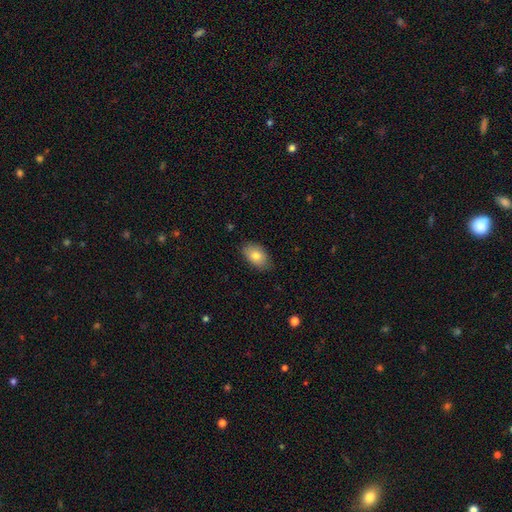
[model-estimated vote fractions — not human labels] Smooth or featured?
  - smooth: 80% *
  - featured or disk: 12%
  - star or artifact: 7%
How rounded?
  - in between: 90% *
  - round: 8%
  - cigar-shaped: 1%
Merging?
  - none: 83% *
  - minor disturbance: 14%
  - major disturbance: 2%
  - merger: 1%